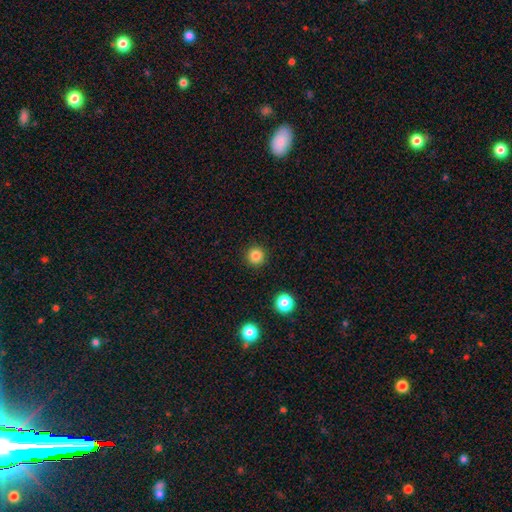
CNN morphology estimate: type=smooth (83%); roundness=round (96%); merging=none (93%).